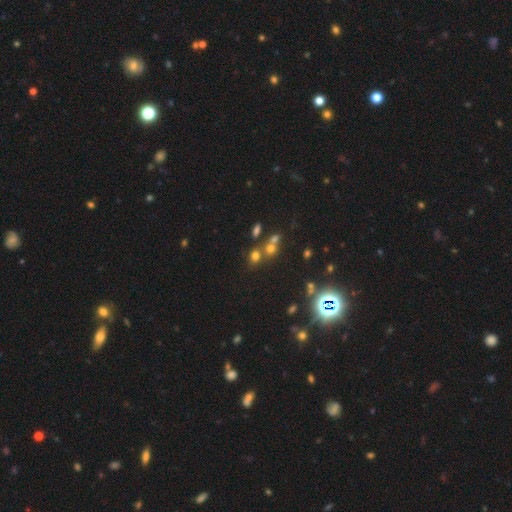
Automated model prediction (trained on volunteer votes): Smooth or featured?
  - smooth: 59% *
  - star or artifact: 29%
  - featured or disk: 11%
How rounded?
  - round: 71% *
  - in between: 27%
  - cigar-shaped: 2%
Merging?
  - none: 56% *
  - merger: 30%
  - minor disturbance: 10%
  - major disturbance: 5%